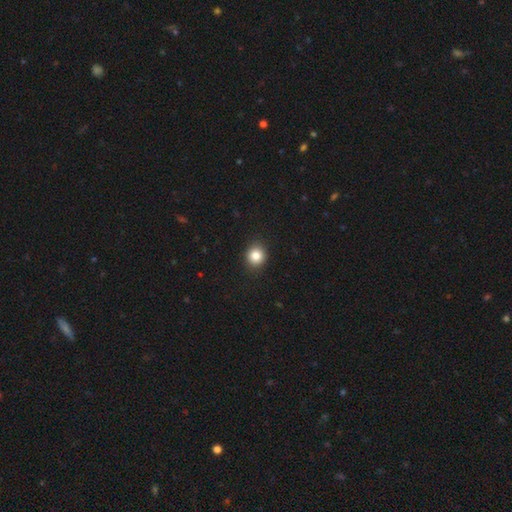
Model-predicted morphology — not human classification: A smooth galaxy with no disk features (84%) that is round (84%).

Vote fractions:
- Smooth or featured? smooth: 84% / star or artifact: 10% / featured or disk: 6%
- How rounded? round: 84% / in between: 15% / cigar-shaped: 1%
- Merging? none: 91% / minor disturbance: 6% / major disturbance: 2% / merger: 1%